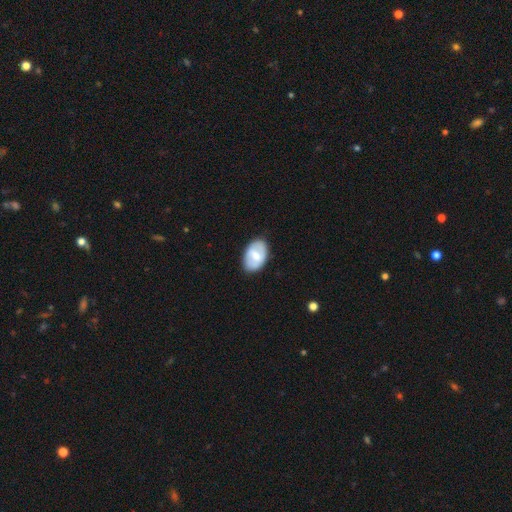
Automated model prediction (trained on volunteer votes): Q: Smooth or featured?
A: smooth (53%); runner-up: featured or disk (42%)
Q: How rounded?
A: in between (89%); runner-up: round (9%)
Q: Merging?
A: none (83%); runner-up: minor disturbance (12%)